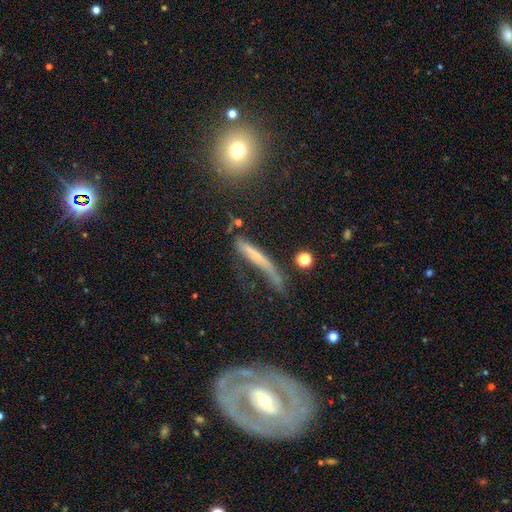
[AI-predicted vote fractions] Smooth or featured? Predicted: smooth (p=0.51). How rounded? Predicted: cigar-shaped (p=0.87). Merging? Predicted: none (p=0.33, tied with major disturbance).